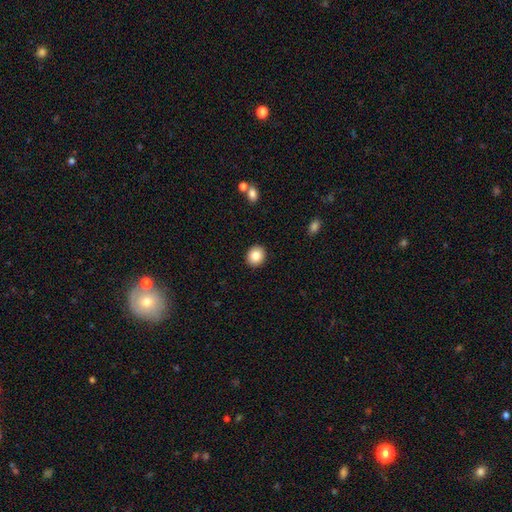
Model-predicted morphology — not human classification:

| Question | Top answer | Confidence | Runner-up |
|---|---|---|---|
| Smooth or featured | smooth | 84% | star or artifact (8%) |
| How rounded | round | 78% | in between (21%) |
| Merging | none | 92% | minor disturbance (5%) |